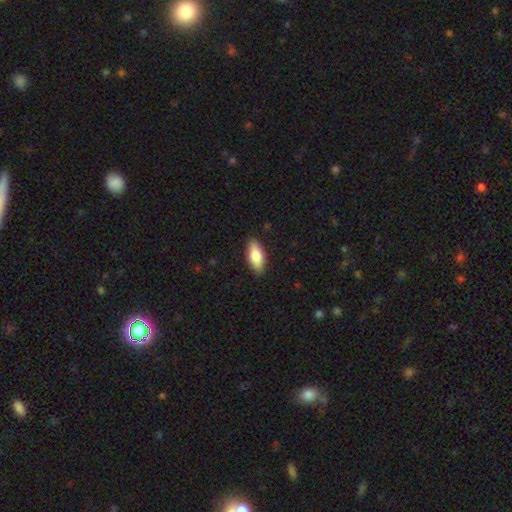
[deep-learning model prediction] Smooth or featured? Predicted: smooth (p=0.77). How rounded? Predicted: in between (p=0.84). Merging? Predicted: none (p=0.88).